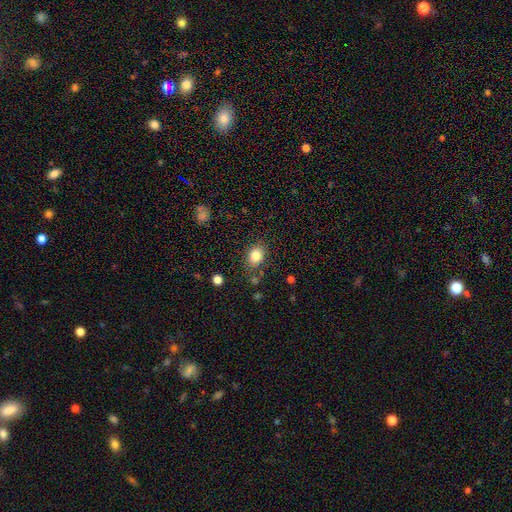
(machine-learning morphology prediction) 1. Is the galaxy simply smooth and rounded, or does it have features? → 82% smooth, 10% star or artifact, 8% featured or disk.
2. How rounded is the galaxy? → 59% in between, 40% round, 1% cigar-shaped.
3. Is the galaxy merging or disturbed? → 80% none, 13% minor disturbance, 4% major disturbance, 3% merger.